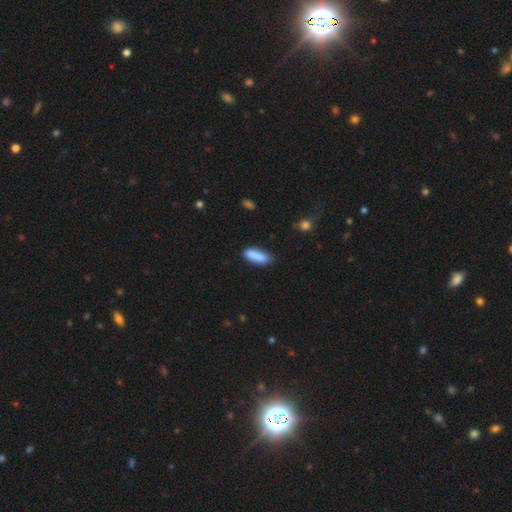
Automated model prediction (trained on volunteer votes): Smooth or featured?
  - smooth: 86% *
  - star or artifact: 7%
  - featured or disk: 7%
How rounded?
  - in between: 54% *
  - cigar-shaped: 44%
  - round: 2%
Merging?
  - none: 71% *
  - minor disturbance: 21%
  - merger: 4%
  - major disturbance: 4%